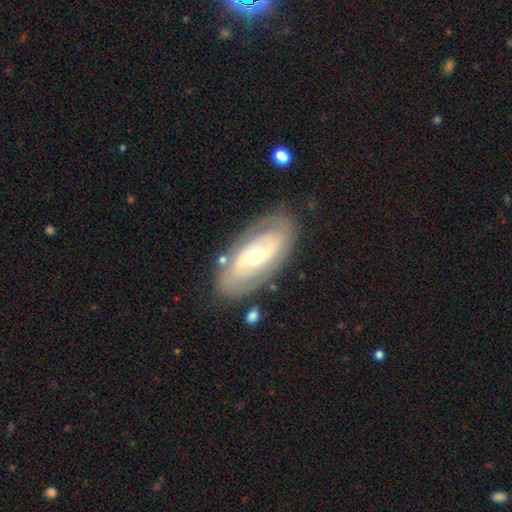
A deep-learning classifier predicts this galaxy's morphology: A featured or disk galaxy (76%) with no bar (47%), spiral arms (70%) and a moderate central bulge (64%). Merging: none (79%).